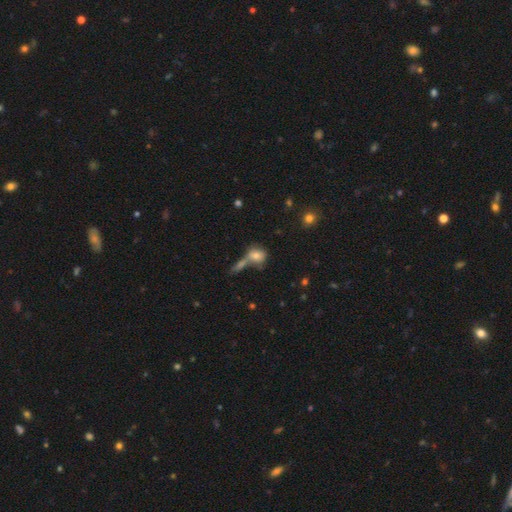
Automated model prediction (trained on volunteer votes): smooth_or_featured: smooth (p=0.74) [alt: featured or disk p=0.15]
how_rounded: round (p=0.66) [alt: in between p=0.30]
merging: none (p=0.45) [alt: merger p=0.38]